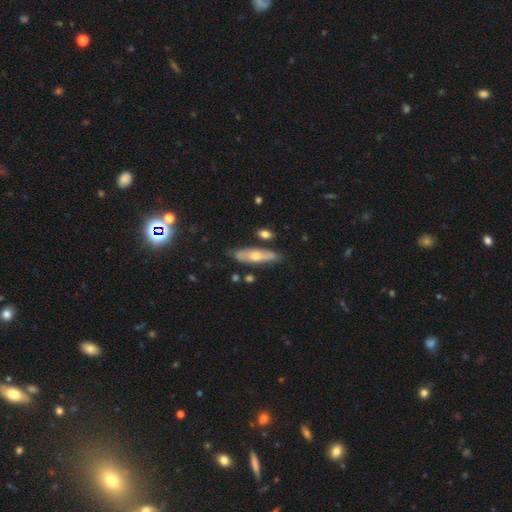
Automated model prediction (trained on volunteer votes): This appears to be a featured or disk galaxy (54%) viewed edge-on (63%). Merging: none (79%).